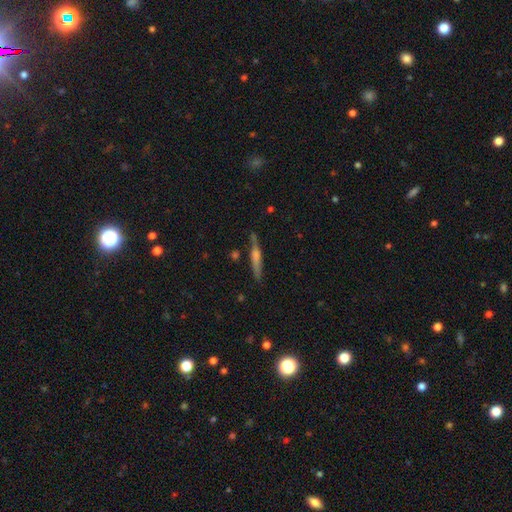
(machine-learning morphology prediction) type=featured or disk (59%); edge-on=yes (96%); edge-on bulge=rounded (59%); merging=none (82%).